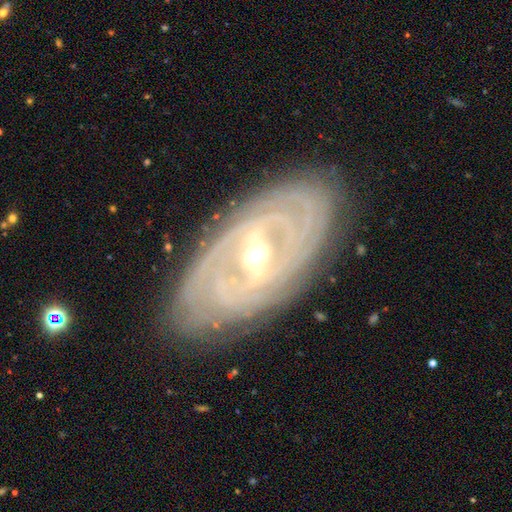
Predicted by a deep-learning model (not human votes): This appears to be a featured or disk galaxy (88%) with a weak bar (43%), tight (80%) spiral arms (95%) and a moderate central bulge (56%). Merging: none (84%).